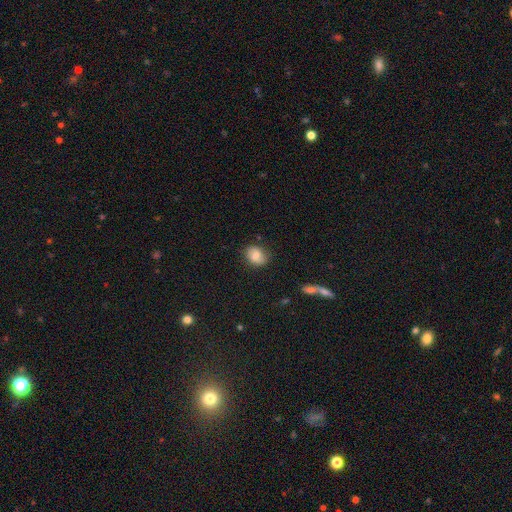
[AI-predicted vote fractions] smooth_or_featured: smooth (p=0.75) [alt: featured or disk p=0.16]
how_rounded: in between (p=0.51) [alt: round p=0.48]
merging: none (p=0.76) [alt: minor disturbance p=0.18]